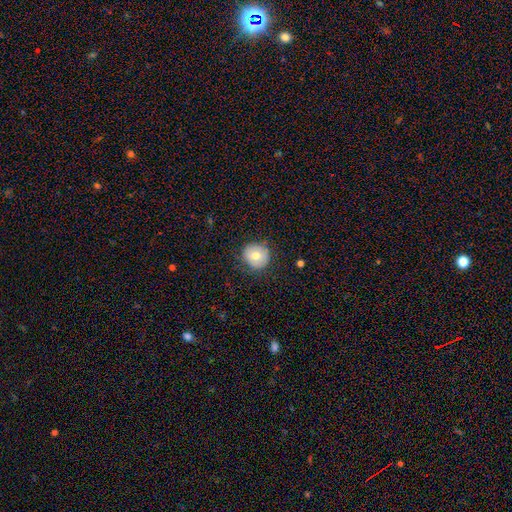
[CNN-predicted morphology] Q: Smooth or featured?
A: smooth (68%); runner-up: featured or disk (23%)
Q: How rounded?
A: round (89%); runner-up: in between (10%)
Q: Merging?
A: none (79%); runner-up: minor disturbance (15%)